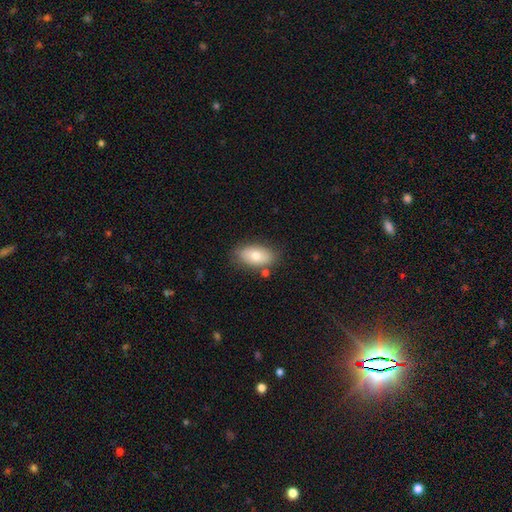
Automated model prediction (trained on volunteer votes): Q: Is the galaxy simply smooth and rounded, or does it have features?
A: smooth — 75%.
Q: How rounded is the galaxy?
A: in between — 92%.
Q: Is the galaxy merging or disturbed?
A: none — 78%.